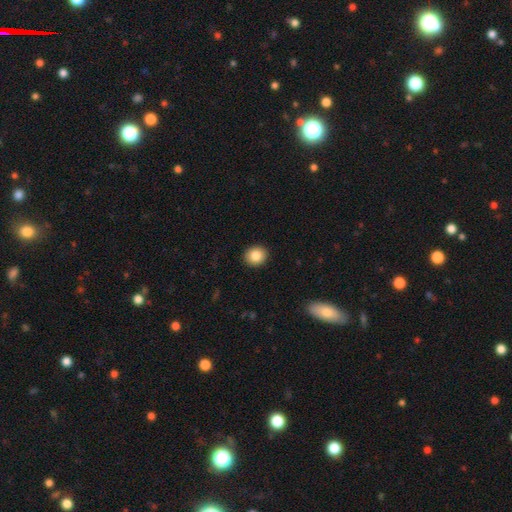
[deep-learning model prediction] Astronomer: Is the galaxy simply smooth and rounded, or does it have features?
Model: smooth — 85%.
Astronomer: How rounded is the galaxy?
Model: round — 76%.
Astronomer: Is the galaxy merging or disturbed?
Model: none — 92%.